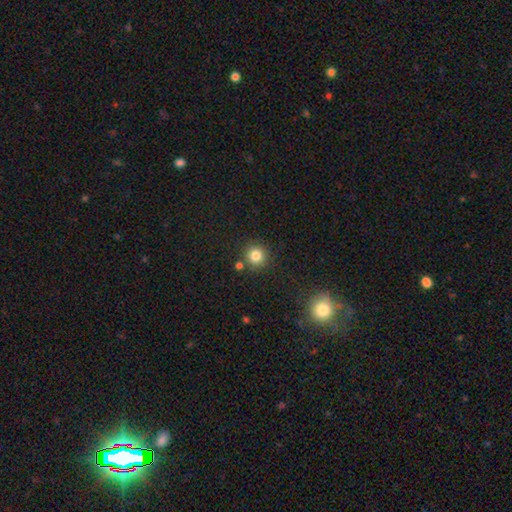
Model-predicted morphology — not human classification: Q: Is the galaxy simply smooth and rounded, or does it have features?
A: smooth — 82%.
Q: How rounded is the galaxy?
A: round — 94%.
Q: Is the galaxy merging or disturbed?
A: none — 84%.